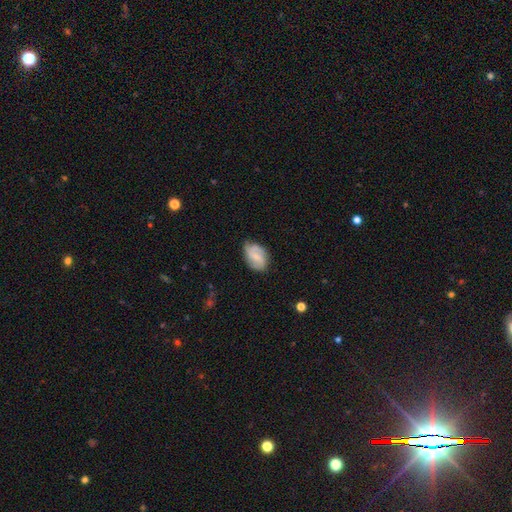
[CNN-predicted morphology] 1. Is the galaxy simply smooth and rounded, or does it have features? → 57% featured or disk, 36% smooth, 7% star or artifact.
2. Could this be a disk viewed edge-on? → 97% no, 3% yes.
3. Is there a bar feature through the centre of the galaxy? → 45% no (tied), 45% weak (tied), 10% strong.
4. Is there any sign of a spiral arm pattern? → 90% yes, 10% no.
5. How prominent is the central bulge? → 58% small, 26% moderate, 14% none, 2% large, 1% dominant.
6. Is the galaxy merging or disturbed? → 65% none, 27% minor disturbance, 7% major disturbance, 2% merger.